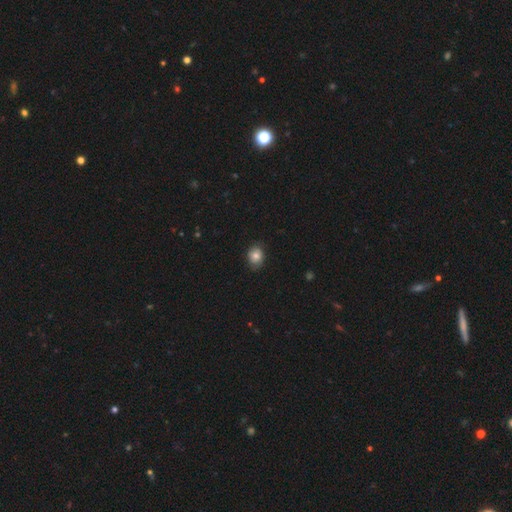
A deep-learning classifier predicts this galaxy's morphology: Overall: smooth (78%). How rounded: in between (52%; round 47%). Merging: none (78%).